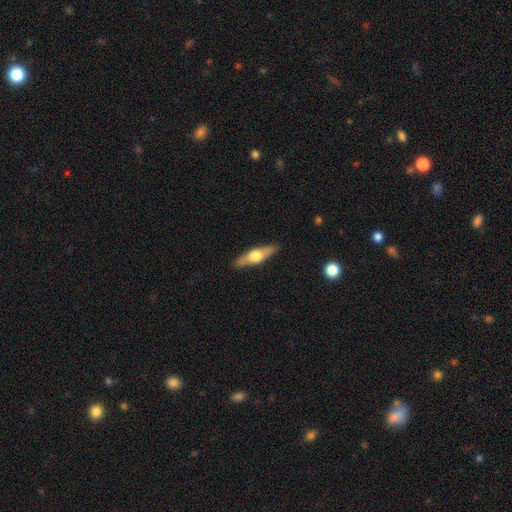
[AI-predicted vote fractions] A featured or disk galaxy (58%) viewed edge-on (93%) with a rounded central bulge (94%).

Vote fractions:
- Smooth or featured? featured or disk: 58% / smooth: 37% / star or artifact: 5%
- Edge-on disk? yes: 93% / no: 7%
- Edge-on bulge? rounded: 94% / boxy: 4% / none: 2%
- Merging? none: 89% / minor disturbance: 8% / major disturbance: 2% / merger: 1%